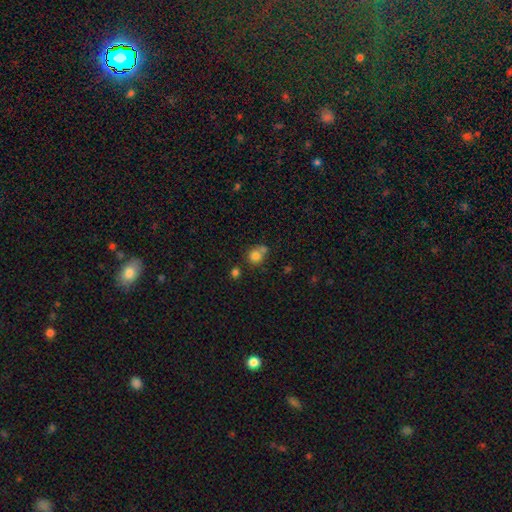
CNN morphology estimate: Smooth or featured?
  - smooth: 78% *
  - star or artifact: 12%
  - featured or disk: 9%
How rounded?
  - round: 82% *
  - in between: 17%
  - cigar-shaped: 1%
Merging?
  - none: 49% *
  - merger: 36%
  - minor disturbance: 11%
  - major disturbance: 4%